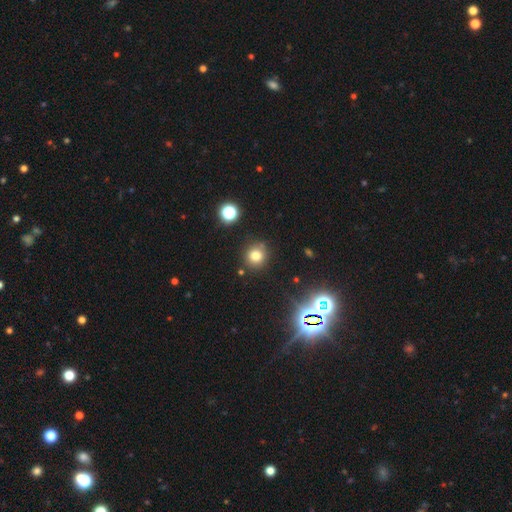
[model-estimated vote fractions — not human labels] Smooth or featured? smooth (75%)
How rounded? round (85%)
Merging? none (82%)